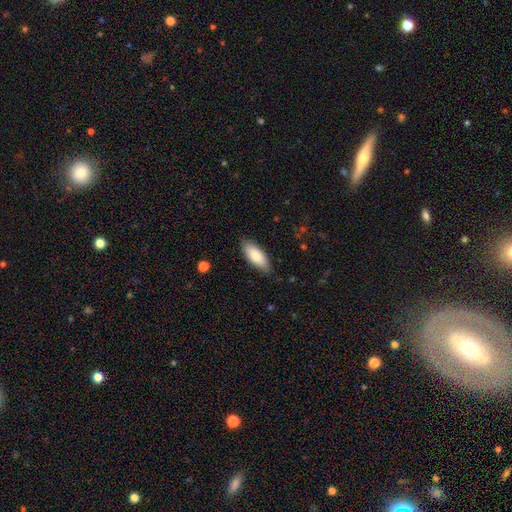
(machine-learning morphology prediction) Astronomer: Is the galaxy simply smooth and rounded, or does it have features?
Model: smooth — 85%.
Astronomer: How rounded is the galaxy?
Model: in between — 79%.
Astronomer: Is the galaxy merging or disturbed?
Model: none — 84%.